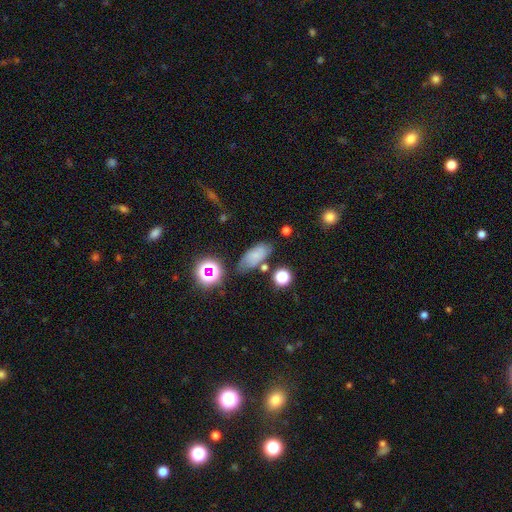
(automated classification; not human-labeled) Smooth or featured? Predicted: smooth (p=0.64). How rounded? Predicted: in between (p=0.82). Merging? Predicted: none (p=0.68).